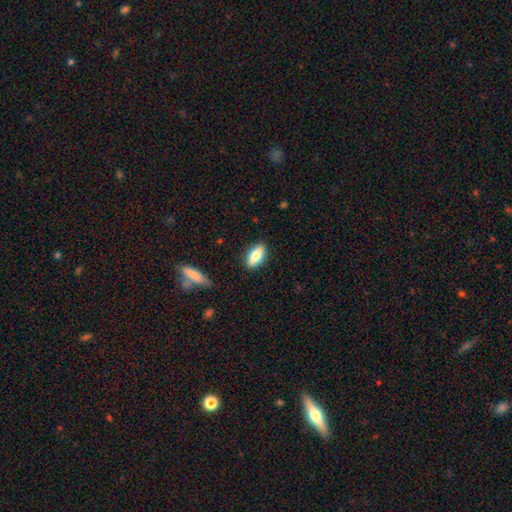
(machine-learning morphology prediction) Smooth or featured? Predicted: smooth (p=0.72). How rounded? Predicted: in between (p=0.81). Merging? Predicted: none (p=0.86).